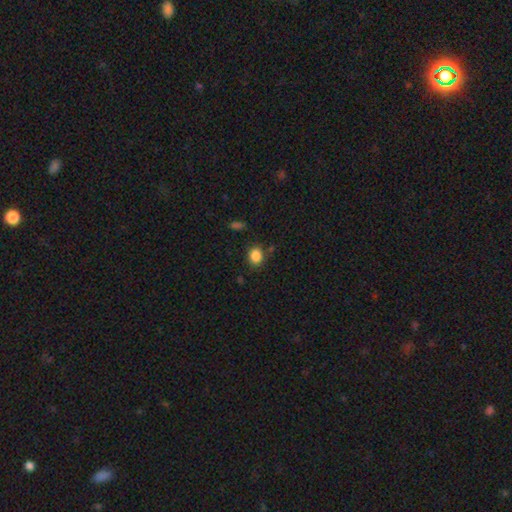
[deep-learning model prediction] Q: Smooth or featured?
A: smooth (86%); runner-up: star or artifact (10%)
Q: How rounded?
A: round (66%); runner-up: in between (33%)
Q: Merging?
A: none (81%); runner-up: minor disturbance (12%)